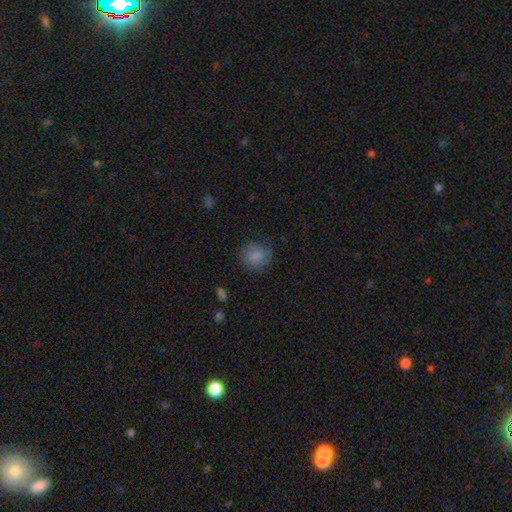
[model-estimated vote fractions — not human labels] A smooth galaxy with no disk features (79%) that is round (86%). Merging: none (74%).